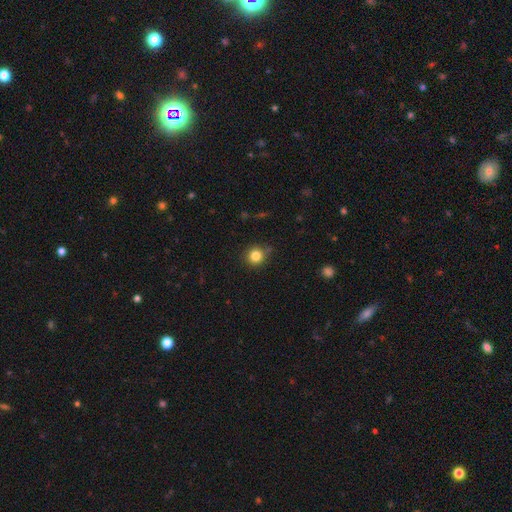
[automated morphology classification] smooth_or_featured: smooth (p=0.83) [alt: star or artifact p=0.12]
how_rounded: round (p=0.91) [alt: in between p=0.08]
merging: none (p=0.82) [alt: minor disturbance p=0.12]